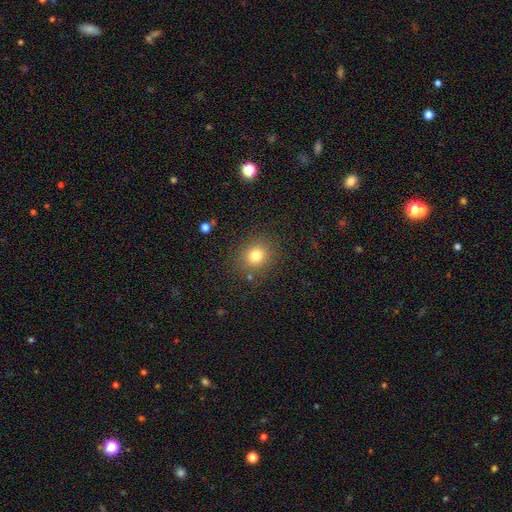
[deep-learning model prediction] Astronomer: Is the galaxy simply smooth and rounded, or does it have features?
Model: smooth — 79%.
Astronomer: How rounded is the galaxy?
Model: round — 76%.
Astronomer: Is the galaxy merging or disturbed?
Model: none — 85%.